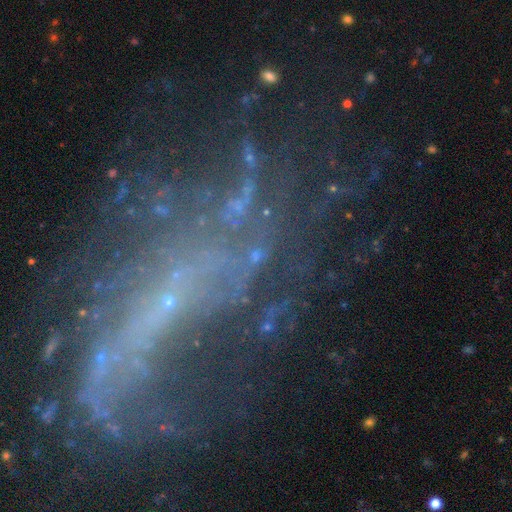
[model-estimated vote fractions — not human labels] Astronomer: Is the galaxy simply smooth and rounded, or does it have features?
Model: featured or disk — 46% (runner-up: star or artifact, 40%).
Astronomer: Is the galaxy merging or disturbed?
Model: none — 54%.